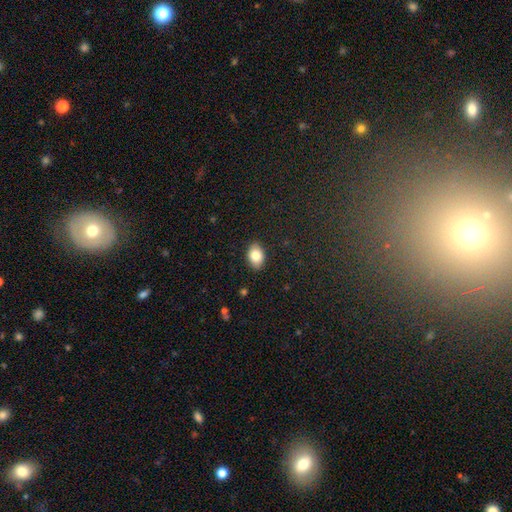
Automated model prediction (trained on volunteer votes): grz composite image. It shows a smooth galaxy with no disk features (83%) that is in between round and cigar-shaped (87%). Merging: none (87%).